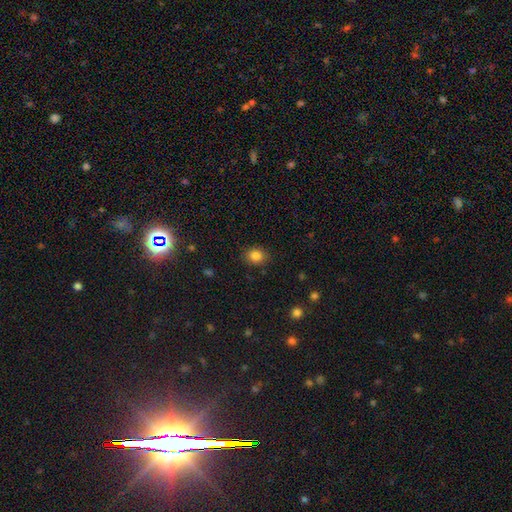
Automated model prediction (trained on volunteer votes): Smooth or featured: smooth — 83% (star or artifact — 11%)
How rounded: round — 58% (in between — 41%)
Merging: none — 88% (minor disturbance — 9%)